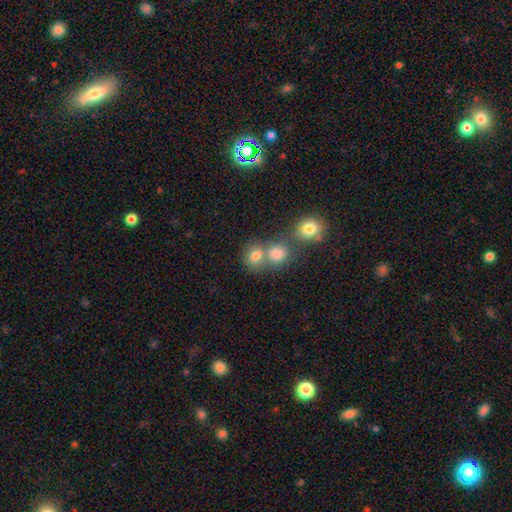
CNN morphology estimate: The model was most divided on "merging": none: 48%, merger: 41%, minor disturbance: 8%, major disturbance: 4%. More confident: smooth or featured — smooth (78%); how rounded — round (76%).